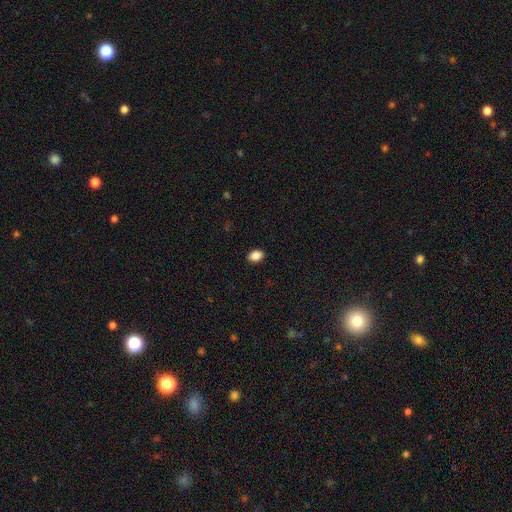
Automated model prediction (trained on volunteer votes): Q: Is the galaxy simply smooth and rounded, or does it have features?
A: smooth — 88%.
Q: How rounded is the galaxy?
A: in between — 80%.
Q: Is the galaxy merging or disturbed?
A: none — 90%.